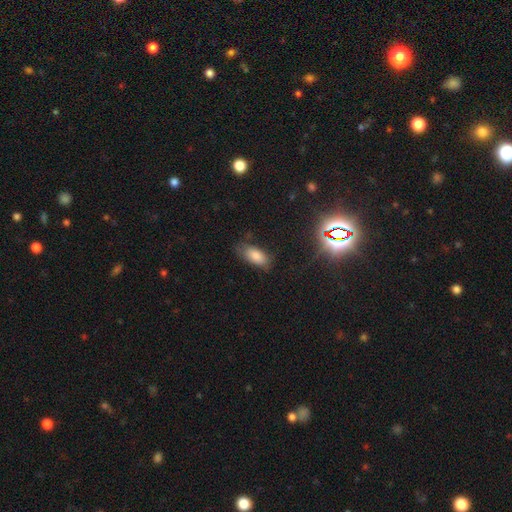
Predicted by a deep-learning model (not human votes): Smooth or featured: smooth — 80% (star or artifact — 11%)
How rounded: in between — 89% (cigar-shaped — 9%)
Merging: none — 67% (minor disturbance — 25%)